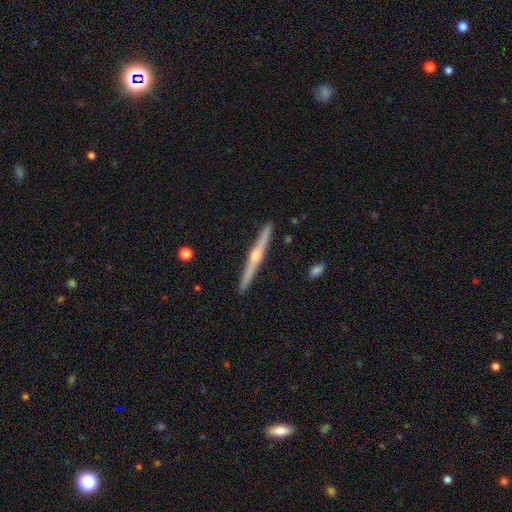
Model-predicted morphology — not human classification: Smooth or featured: featured or disk — 76% (smooth — 18%)
Edge-on disk: yes — 98% (no — 2%)
Edge-on bulge: rounded — 88% (none — 8%)
Merging: none — 92% (minor disturbance — 5%)